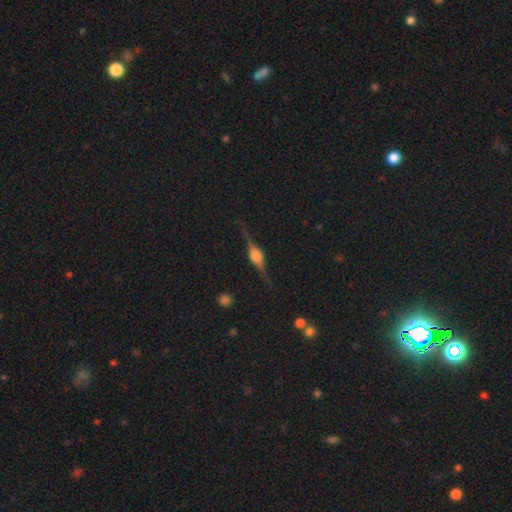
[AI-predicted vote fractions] Morphology: type=featured or disk (85%); edge-on=yes (97%); edge-on bulge=rounded (87%); merging=none (86%).